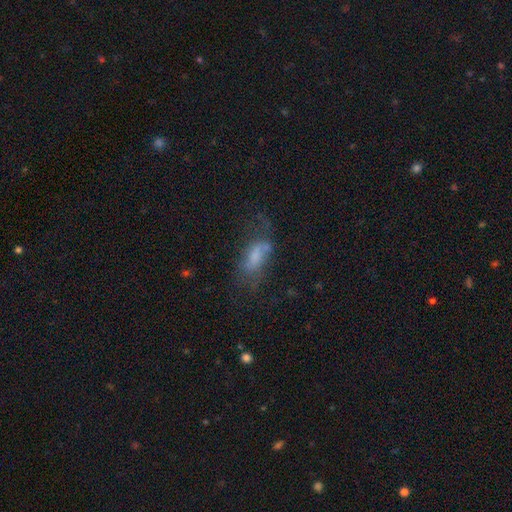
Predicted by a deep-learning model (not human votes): Smooth or featured?
  - smooth: 55% *
  - featured or disk: 33%
  - star or artifact: 13%
How rounded?
  - in between: 79% *
  - cigar-shaped: 17%
  - round: 4%
Merging?
  - none: 36% *
  - major disturbance: 33%
  - minor disturbance: 25%
  - merger: 6%